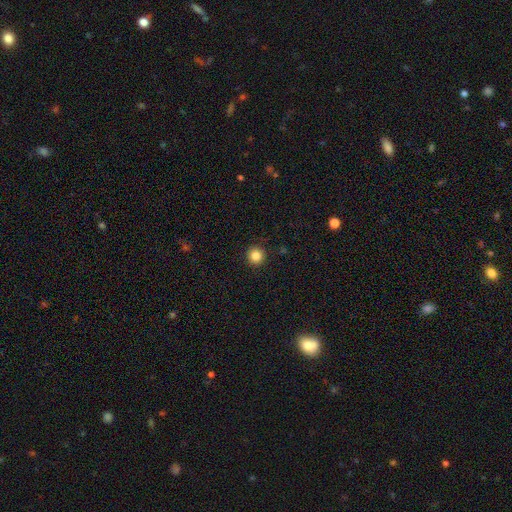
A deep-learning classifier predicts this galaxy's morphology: Smooth or featured?
  - smooth: 85% *
  - star or artifact: 11%
  - featured or disk: 4%
How rounded?
  - round: 96% *
  - in between: 3%
  - cigar-shaped: 1%
Merging?
  - none: 92% *
  - minor disturbance: 5%
  - major disturbance: 2%
  - merger: 1%